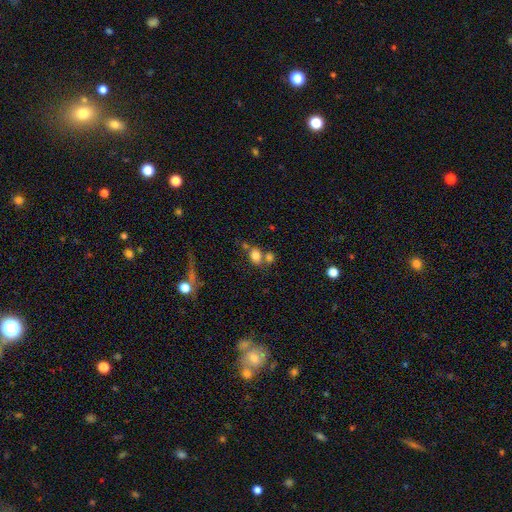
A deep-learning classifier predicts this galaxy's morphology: Smooth or featured?
  - smooth: 77% *
  - star or artifact: 12%
  - featured or disk: 11%
How rounded?
  - in between: 56% *
  - round: 42%
  - cigar-shaped: 2%
Merging?
  - none: 44% *
  - merger: 38%
  - minor disturbance: 12%
  - major disturbance: 6%